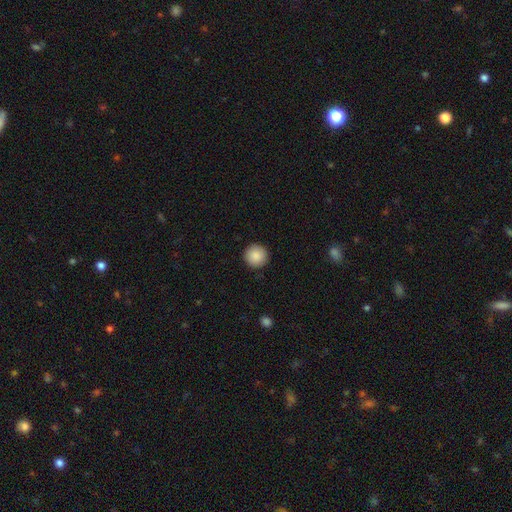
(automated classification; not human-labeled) Morphology: type=smooth (89%); roundness=round (95%); merging=none (92%).